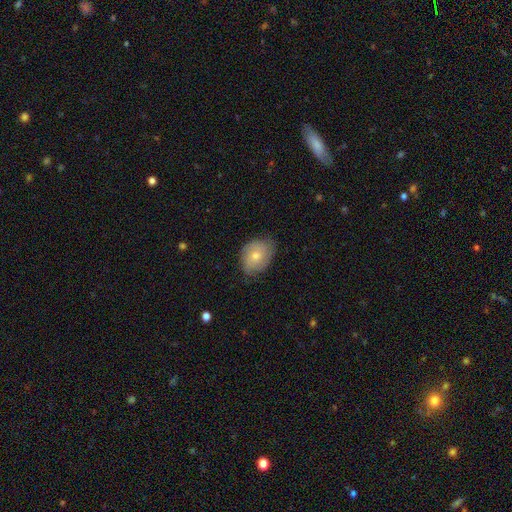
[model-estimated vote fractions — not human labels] This is possibly a smooth galaxy (58%). How rounded: likely in between (64%). Merging: likely none (68%).